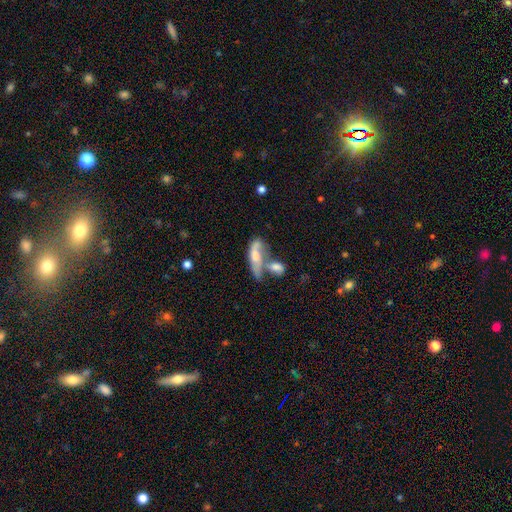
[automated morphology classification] type=smooth (57%); roundness=in between (65%); merging=merger (55%).